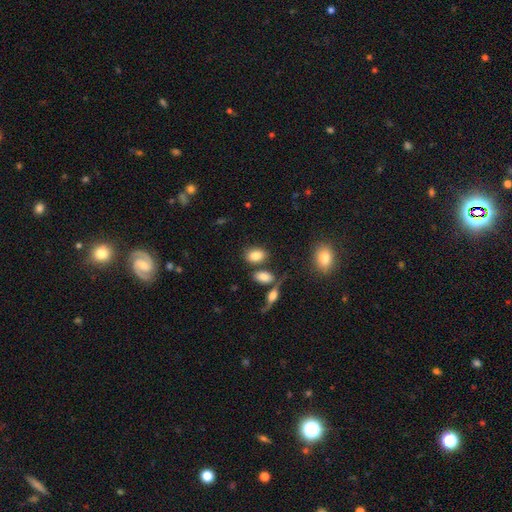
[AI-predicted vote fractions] Q: Smooth or featured?
A: smooth (83%); runner-up: featured or disk (9%)
Q: How rounded?
A: in between (81%); runner-up: round (17%)
Q: Merging?
A: none (73%); runner-up: merger (12%)